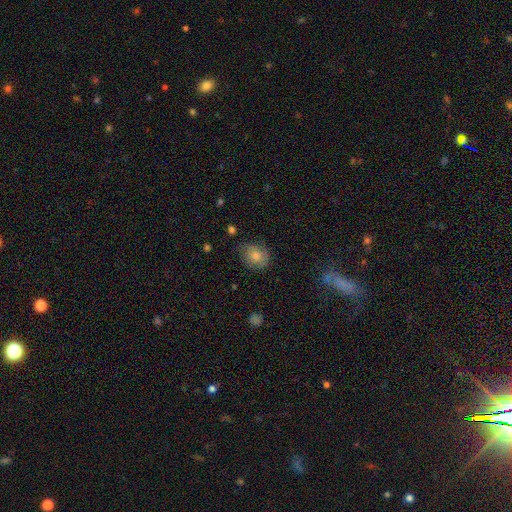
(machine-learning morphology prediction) smooth_or_featured: smooth (p=0.60) [alt: featured or disk p=0.26]
how_rounded: round (p=0.55) [alt: in between p=0.44]
merging: none (p=0.71) [alt: minor disturbance p=0.20]